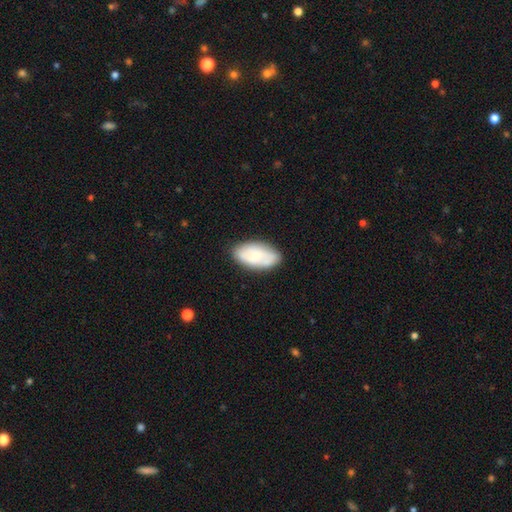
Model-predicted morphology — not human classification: The model was most divided on "smooth or featured": smooth: 62%, featured or disk: 32%, star or artifact: 6%. More confident: how rounded — in between (94%); merging — none (81%).